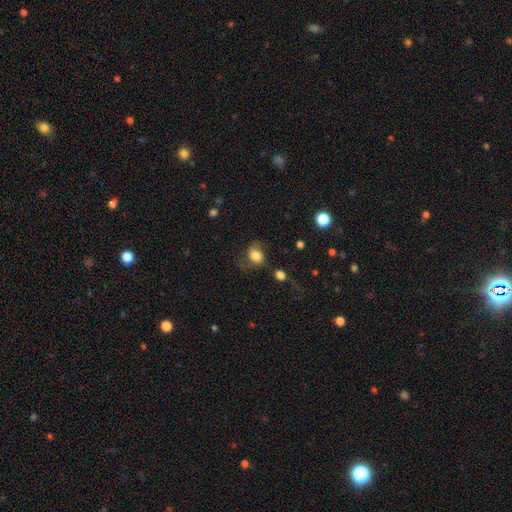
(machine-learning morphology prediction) smooth 78%, featured or disk 12%, star or artifact 9%. Down the decision tree: how rounded — round (52%); merging — none (50%).